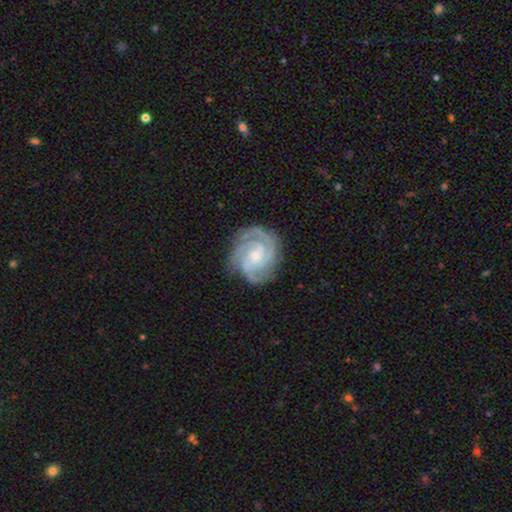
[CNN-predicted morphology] A featured or disk galaxy (91%) with no bar (65%), 3 (50%) tight (69%) spiral arms (98%) and a small central bulge (65%).

Vote fractions:
- Smooth or featured? featured or disk: 91% / smooth: 5% / star or artifact: 4%
- Edge-on disk? no: 98% / yes: 2%
- Bar? no: 65% / weak: 29% / strong: 6%
- Spiral arms? yes: 98% / no: 2%
- Spiral winding? tight: 69% / medium: 27% / loose: 3%
- Spiral arm count? 3: 50% / 2: 17% / 4: 12% / can't tell: 10% / more than 4: 5% / 1: 5%
- Bulge size? small: 65% / moderate: 31% / none: 2% / large: 1% / dominant: 1%
- Merging? none: 78% / minor disturbance: 16% / major disturbance: 5% / merger: 1%